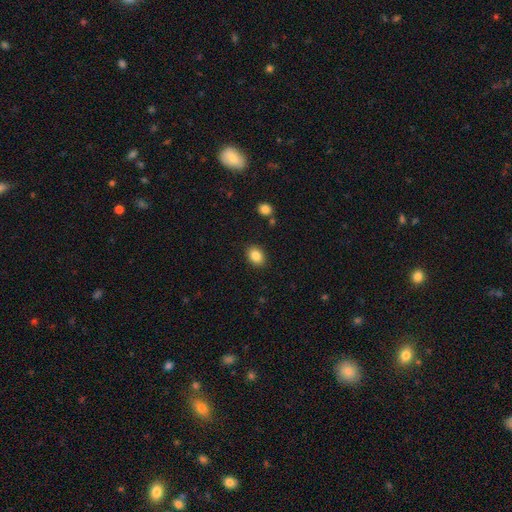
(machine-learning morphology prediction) A smooth galaxy with no disk features (86%) that is in between round and cigar-shaped (68%).

Vote fractions:
- Smooth or featured? smooth: 86% / star or artifact: 9% / featured or disk: 5%
- How rounded? in between: 68% / round: 31% / cigar-shaped: 1%
- Merging? none: 88% / minor disturbance: 8% / major disturbance: 2% / merger: 2%